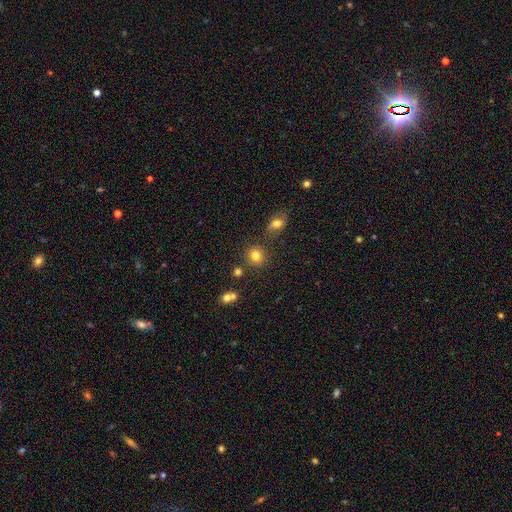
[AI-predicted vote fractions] smooth 80%, star or artifact 13%, featured or disk 7%. Down the decision tree: how rounded — round (87%); merging — none (80%).